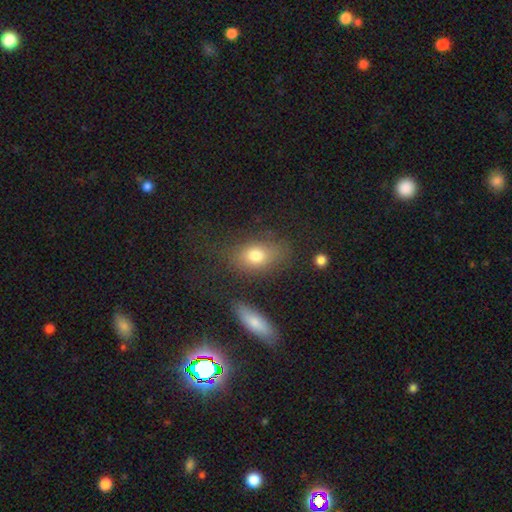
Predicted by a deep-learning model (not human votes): Morphology: type=smooth (76%); roundness=in between (76%); merging=none (73%).